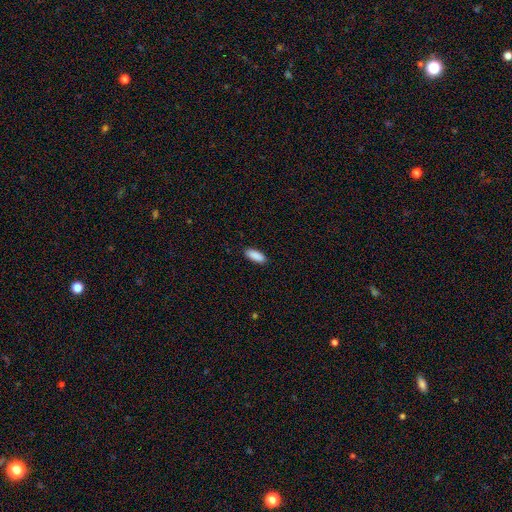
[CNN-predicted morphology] This appears to be a smooth galaxy with no disk features (91%) that is in between round and cigar-shaped (77%). Merging: none (90%).